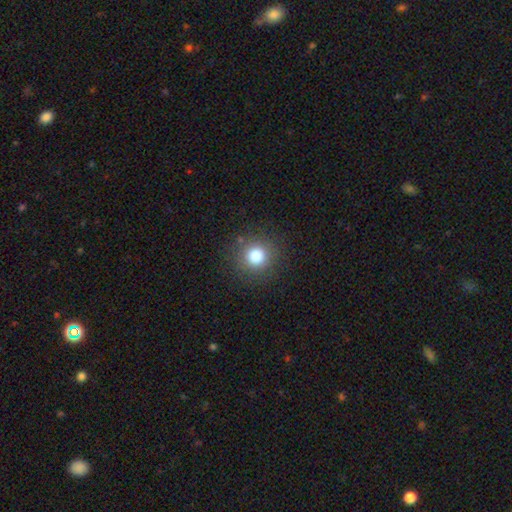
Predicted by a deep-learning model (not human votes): Smooth or featured? Predicted: smooth (p=0.81). How rounded? Predicted: round (p=0.94). Merging? Predicted: none (p=0.87).